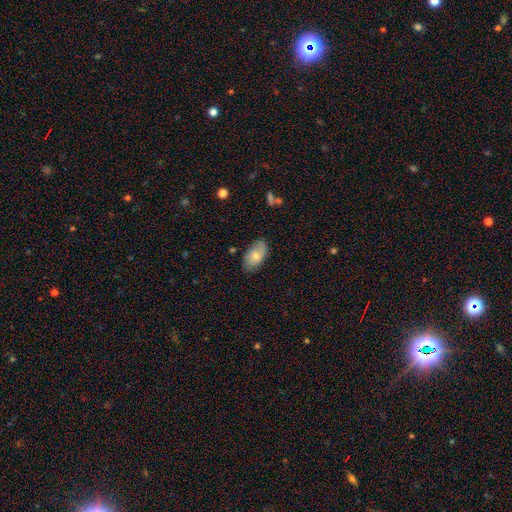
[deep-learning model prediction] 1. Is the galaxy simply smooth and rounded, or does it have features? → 65% smooth, 28% featured or disk, 7% star or artifact.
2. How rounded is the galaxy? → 93% in between, 5% round, 2% cigar-shaped.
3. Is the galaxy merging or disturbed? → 75% none, 19% minor disturbance, 4% major disturbance, 1% merger.